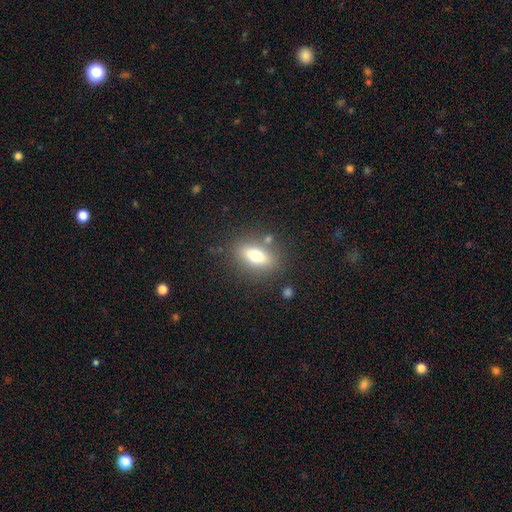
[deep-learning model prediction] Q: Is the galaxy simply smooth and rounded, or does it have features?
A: smooth — 63%.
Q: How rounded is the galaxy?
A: in between — 73%.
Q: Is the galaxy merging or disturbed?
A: none — 79%.